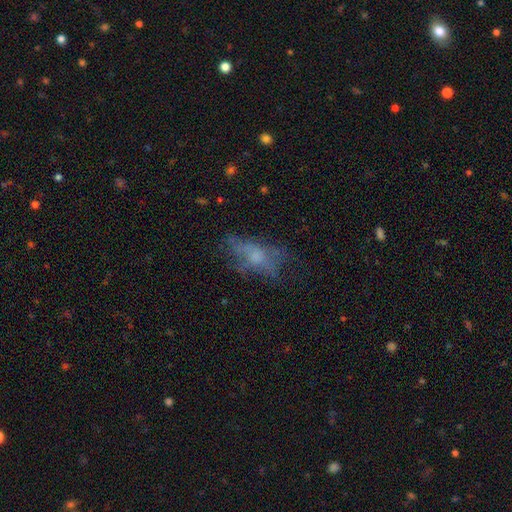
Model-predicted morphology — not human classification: Smooth or featured?
  - smooth: 43% *
  - featured or disk: 42%
  - star or artifact: 14%
Merging?
  - none: 49% *
  - major disturbance: 24%
  - minor disturbance: 24%
  - merger: 3%